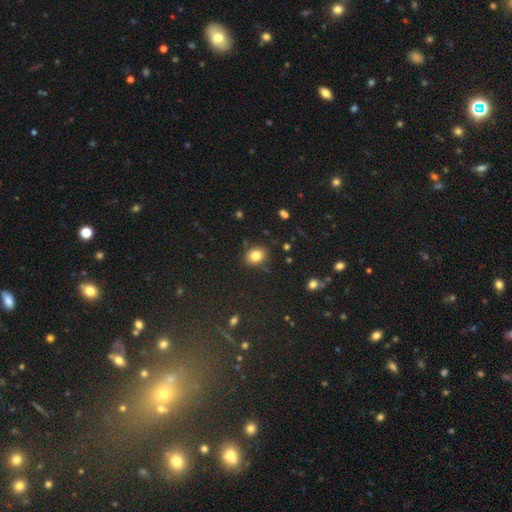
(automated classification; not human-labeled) This appears to be a smooth galaxy with no disk features (82%) that is in between round and cigar-shaped (51%). Merging: none (85%).